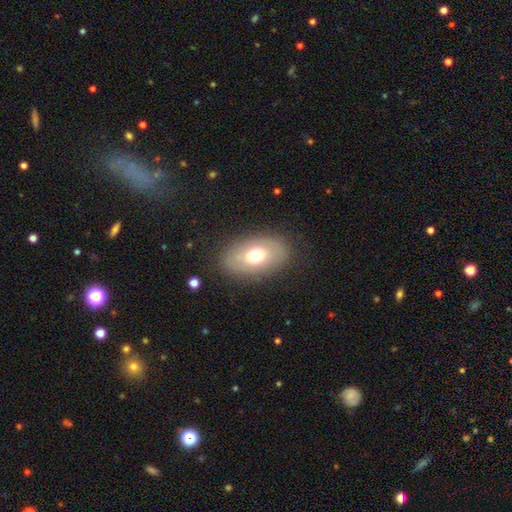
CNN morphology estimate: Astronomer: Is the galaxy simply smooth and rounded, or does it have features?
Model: smooth — 64%.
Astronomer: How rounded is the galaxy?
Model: in between — 88%.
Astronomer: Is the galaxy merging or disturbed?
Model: none — 82%.